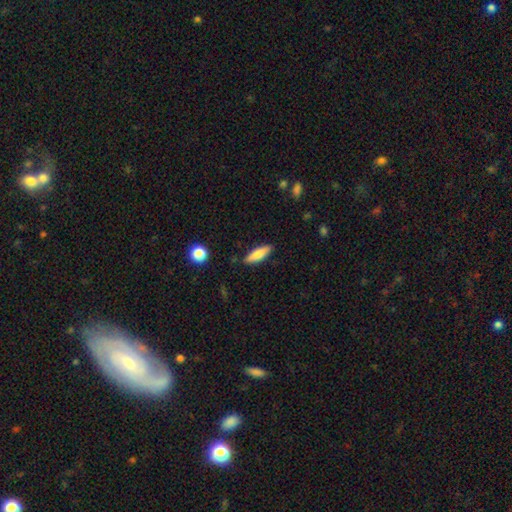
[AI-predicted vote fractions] smooth-or-featured: smooth: 77% | featured or disk: 16% | star or artifact: 6%
  how-rounded: cigar-shaped: 56% | in between: 42% | round: 2%
  merging: none: 86% | minor disturbance: 10% | major disturbance: 2% | merger: 2%